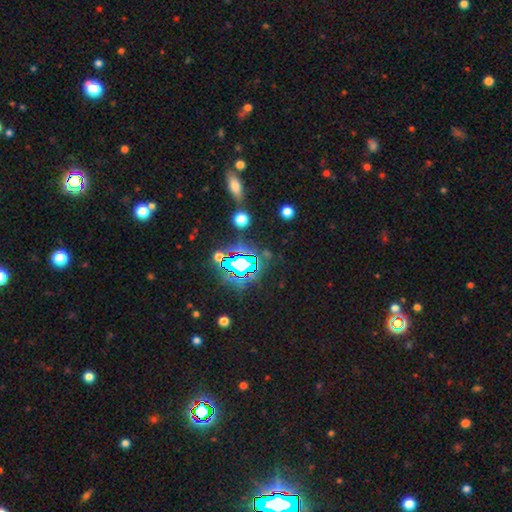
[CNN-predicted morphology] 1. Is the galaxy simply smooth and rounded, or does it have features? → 79% star or artifact, 12% smooth, 9% featured or disk.